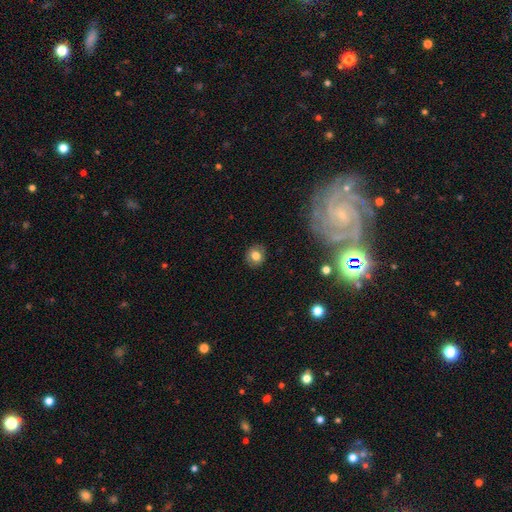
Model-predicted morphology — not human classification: Q: Smooth or featured?
A: smooth (77%); runner-up: featured or disk (13%)
Q: How rounded?
A: round (79%); runner-up: in between (20%)
Q: Merging?
A: none (88%); runner-up: minor disturbance (9%)